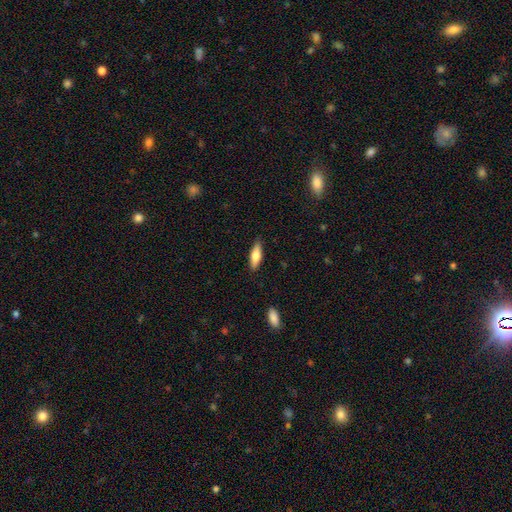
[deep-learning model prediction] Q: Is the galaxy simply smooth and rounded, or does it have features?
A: smooth — 72%.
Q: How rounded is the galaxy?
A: in between — 51%.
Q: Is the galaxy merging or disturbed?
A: none — 87%.